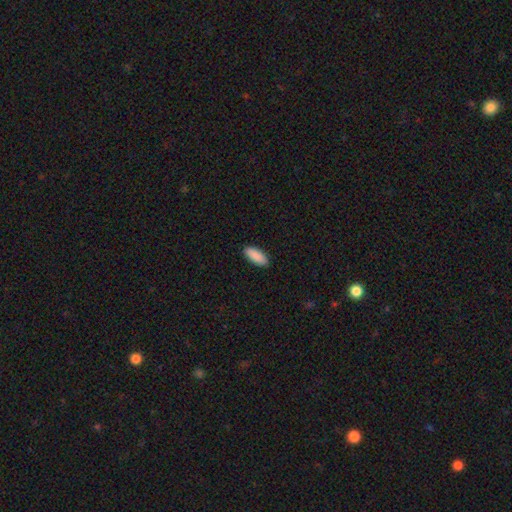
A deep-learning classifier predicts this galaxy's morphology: smooth-or-featured: smooth: 91% | star or artifact: 6% | featured or disk: 4%
  how-rounded: in between: 81% | cigar-shaped: 17% | round: 2%
  merging: none: 90% | minor disturbance: 7% | major disturbance: 2% | merger: 1%